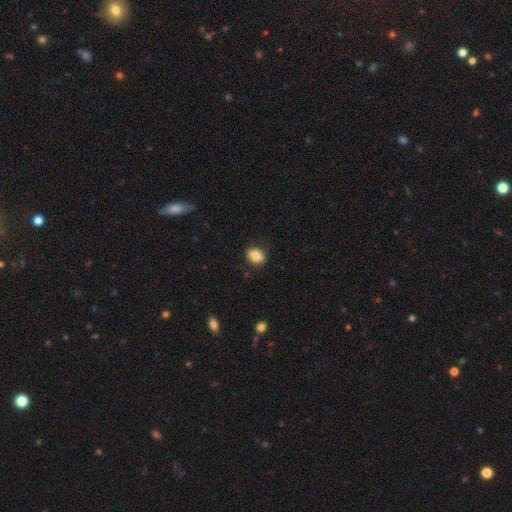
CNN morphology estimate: type=smooth (86%); roundness=in between (65%); merging=none (84%).